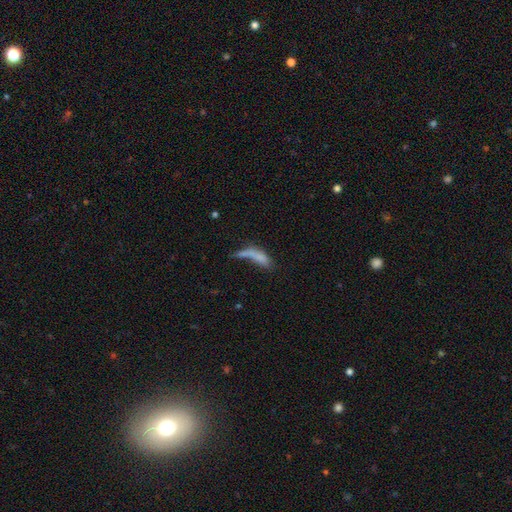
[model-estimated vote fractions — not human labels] A smooth galaxy with no disk features (65%) that is in between round and cigar-shaped (50%). Merging: merger (35%).